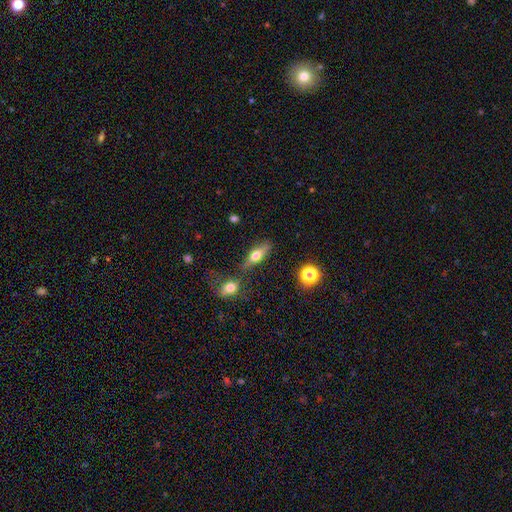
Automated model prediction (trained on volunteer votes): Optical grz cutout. It shows a smooth galaxy with no disk features (48%). Merging: none (71%).